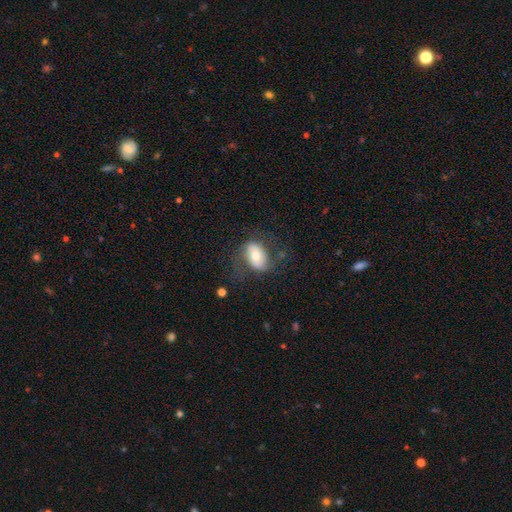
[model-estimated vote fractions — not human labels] Smooth or featured: smooth — 48% (featured or disk — 44%)
Merging: none — 58% (minor disturbance — 23%)